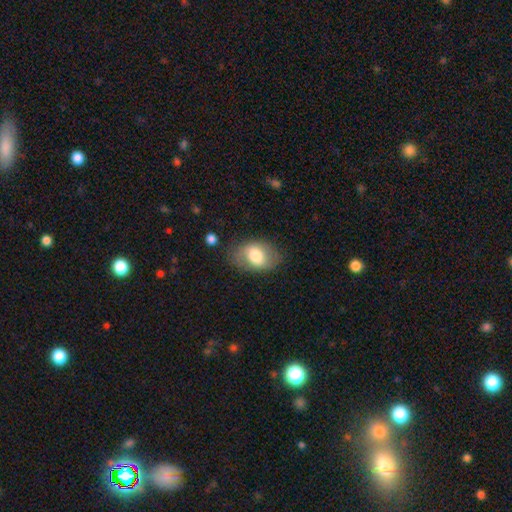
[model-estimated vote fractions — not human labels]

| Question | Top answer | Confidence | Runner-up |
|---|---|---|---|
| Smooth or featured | smooth | 69% | featured or disk (24%) |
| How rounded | in between | 84% | round (15%) |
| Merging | none | 71% | minor disturbance (19%) |